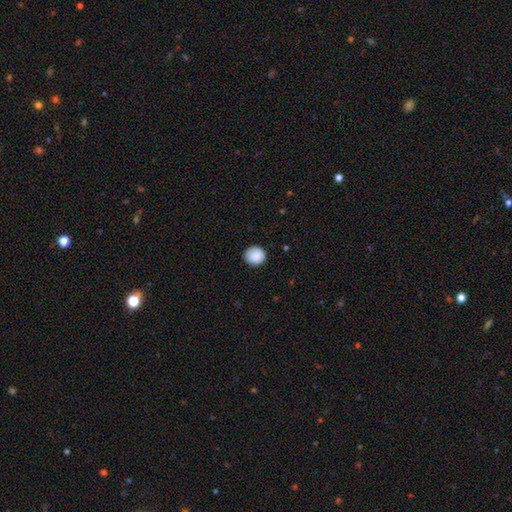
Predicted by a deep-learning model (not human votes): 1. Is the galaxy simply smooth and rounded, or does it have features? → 89% smooth, 8% star or artifact, 3% featured or disk.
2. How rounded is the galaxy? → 91% round, 8% in between, 1% cigar-shaped.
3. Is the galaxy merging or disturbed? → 90% none, 7% minor disturbance, 2% major disturbance, 1% merger.